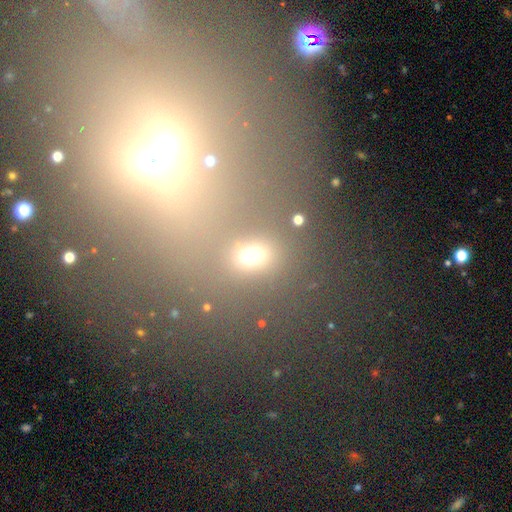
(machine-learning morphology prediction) This is possibly a smooth galaxy (51%). How rounded: possibly round (52%). Merging: possibly none (52%).